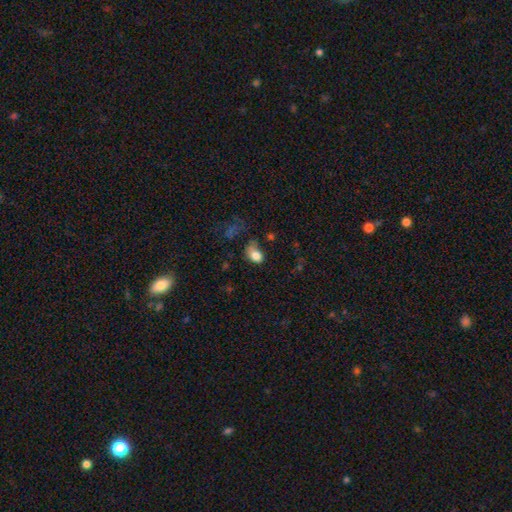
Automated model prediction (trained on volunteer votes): Overall: smooth (82%). How rounded: in between (74%). Merging: none (41%; minor disturbance 31%).